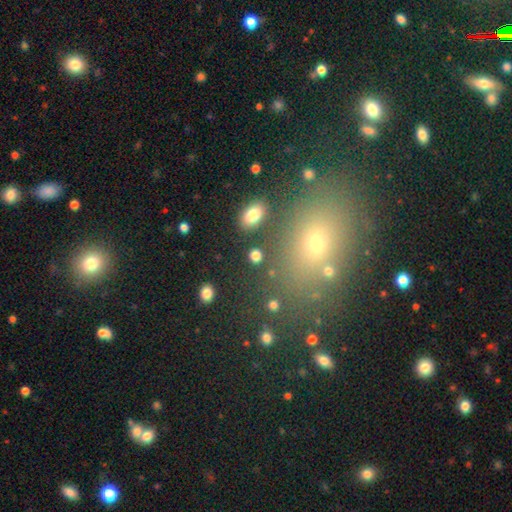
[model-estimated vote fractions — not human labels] Smooth or featured: smooth — 80% (star or artifact — 14%)
How rounded: round — 62% (in between — 36%)
Merging: none — 83% (minor disturbance — 8%)